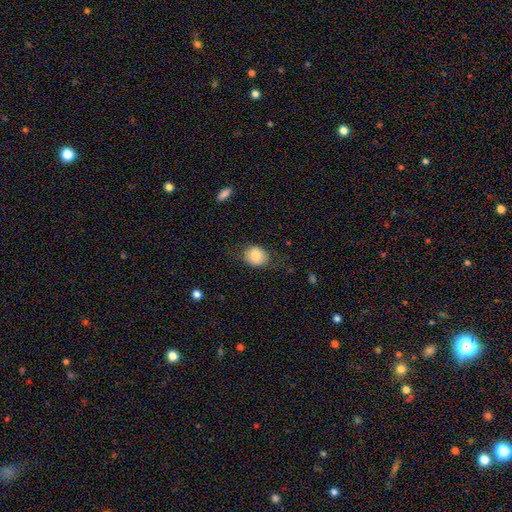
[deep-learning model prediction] Smooth or featured?
  - smooth: 80% *
  - featured or disk: 12%
  - star or artifact: 8%
How rounded?
  - round: 60% *
  - in between: 39%
  - cigar-shaped: 1%
Merging?
  - none: 67% *
  - minor disturbance: 21%
  - major disturbance: 10%
  - merger: 1%